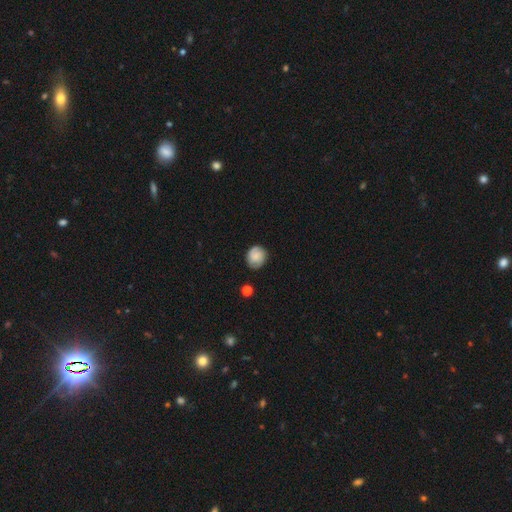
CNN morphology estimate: This is likely a smooth galaxy (65%). How rounded: likely round (78%). Merging: likely none (78%).